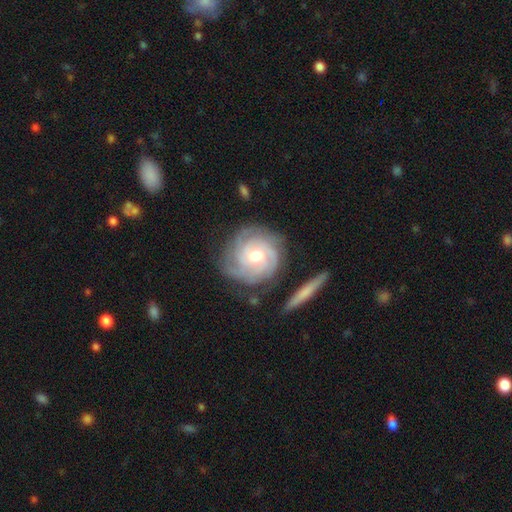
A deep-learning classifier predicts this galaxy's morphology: smooth-or-featured: featured or disk: 84% | smooth: 11% | star or artifact: 5%
  disk-edge-on: no: 97% | yes: 3%
    bar: no: 69% | weak: 26% | strong: 5%
    has-spiral-arms: yes: 96% | no: 4%
      spiral-winding: tight: 74% | medium: 22% | loose: 5%
      spiral-arm-count: 3: 31% | can't tell: 25% | 4: 21% | 2: 12% | more than 4: 6% | 1: 6%
    bulge-size: moderate: 73% | small: 19% | large: 7% | none: 1% | dominant: 1%
  merging: none: 76% | minor disturbance: 15% | major disturbance: 6% | merger: 3%